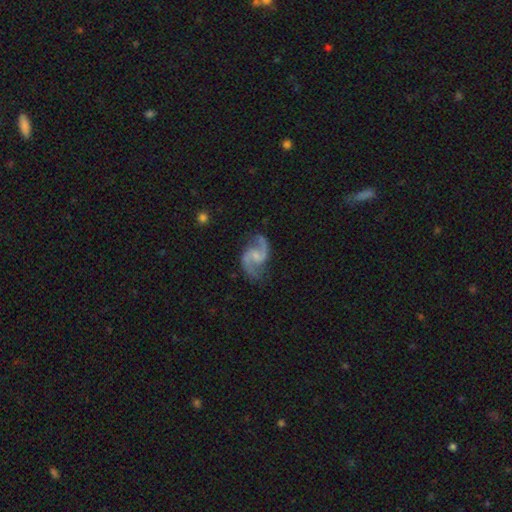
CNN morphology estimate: A featured or disk galaxy (91%) with no bar (46%), 2 (94%) medium (47%) spiral arms (98%) and a small central bulge (47%).

Vote fractions:
- Smooth or featured? featured or disk: 91% / smooth: 4% / star or artifact: 4%
- Edge-on disk? no: 98% / yes: 2%
- Bar? no: 46% / weak: 44% / strong: 10%
- Spiral arms? yes: 98% / no: 2%
- Spiral winding? medium: 47% / loose: 44% / tight: 8%
- Spiral arm count? 2: 94% / can't tell: 1% / 1: 1% / 3: 1% / 4: 1% / more than 4: 1%
- Bulge size? small: 47% / none: 30% / moderate: 20% / large: 2% / dominant: 1%
- Merging? none: 78% / minor disturbance: 14% / major disturbance: 6% / merger: 2%